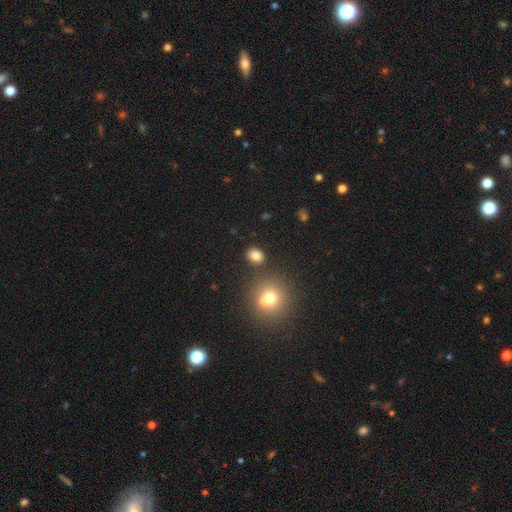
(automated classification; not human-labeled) A smooth galaxy with no disk features (81%) that is round (51%).

Vote fractions:
- Smooth or featured? smooth: 81% / star or artifact: 13% / featured or disk: 6%
- How rounded? round: 51% / in between: 48% / cigar-shaped: 1%
- Merging? none: 82% / minor disturbance: 9% / merger: 6% / major disturbance: 3%